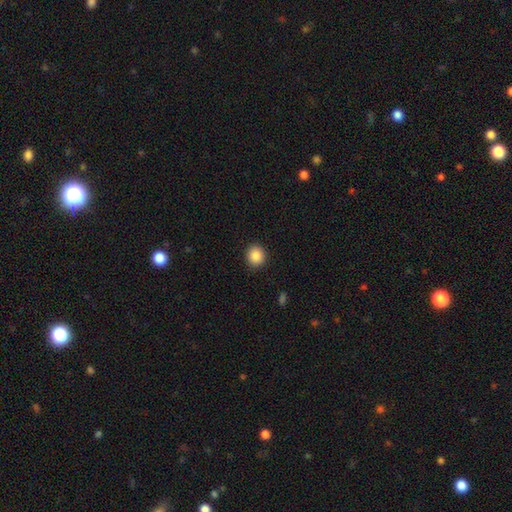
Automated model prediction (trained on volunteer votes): Morphology: type=smooth (88%); roundness=round (87%); merging=none (91%).